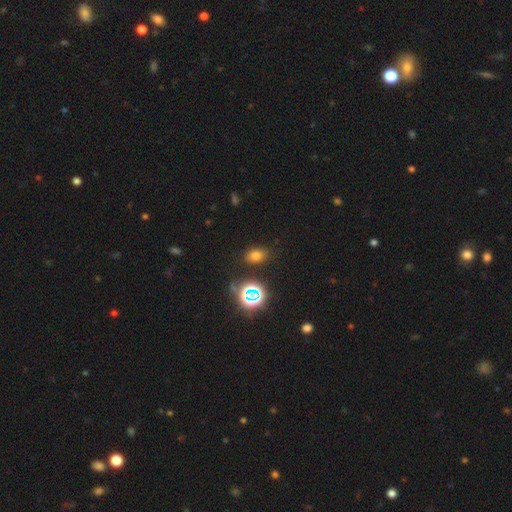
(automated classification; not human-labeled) smooth 69%, star or artifact 25%, featured or disk 7%. Down the decision tree: how rounded — in between (72%); merging — none (83%).